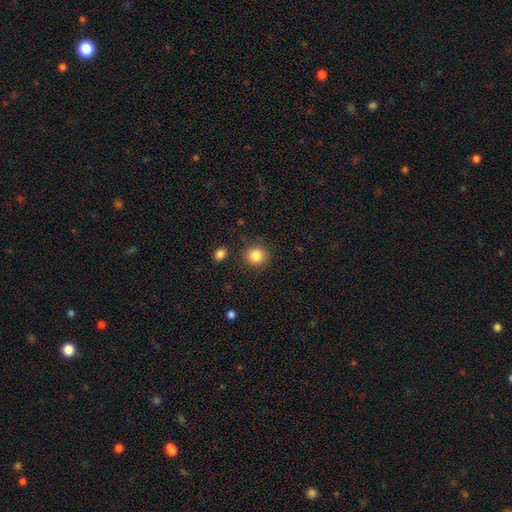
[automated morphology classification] Overall: smooth (85%). How rounded: round (87%). Merging: none (87%).